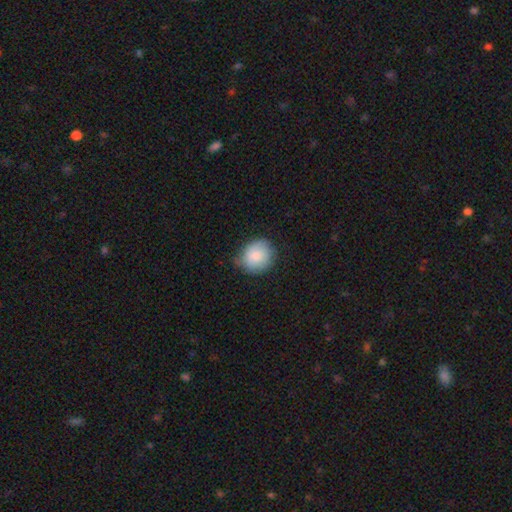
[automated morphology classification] A smooth galaxy with no disk features (83%) that is round (76%).

Vote fractions:
- Smooth or featured? smooth: 83% / featured or disk: 10% / star or artifact: 7%
- How rounded? round: 76% / in between: 23% / cigar-shaped: 1%
- Merging? none: 65% / minor disturbance: 29% / major disturbance: 5% / merger: 1%